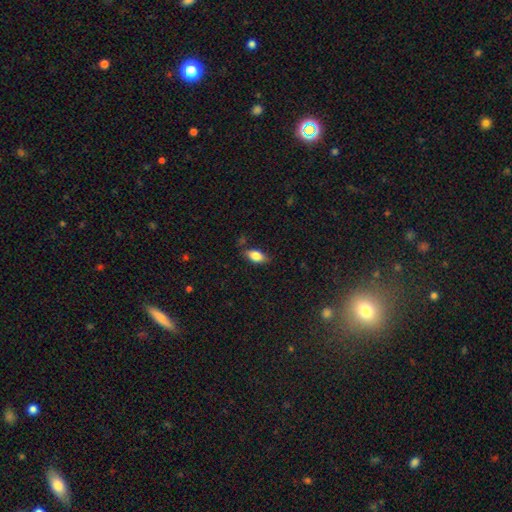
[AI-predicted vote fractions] Smooth or featured? smooth (80%)
How rounded? in between (88%)
Merging? none (73%)